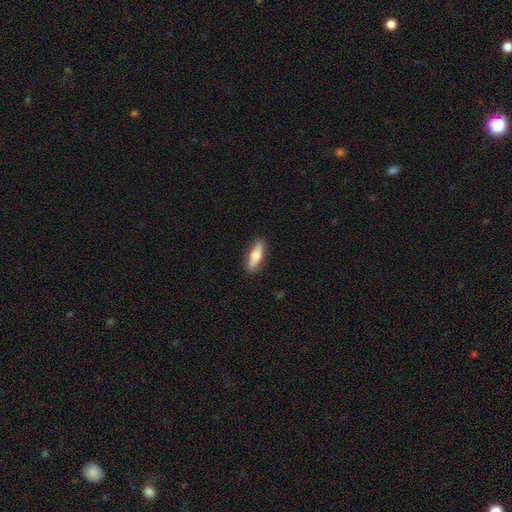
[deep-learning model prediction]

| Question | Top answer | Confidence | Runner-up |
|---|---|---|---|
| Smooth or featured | smooth | 63% | featured or disk (31%) |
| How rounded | in between | 49% | cigar-shaped (48%) |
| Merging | none | 87% | minor disturbance (10%) |